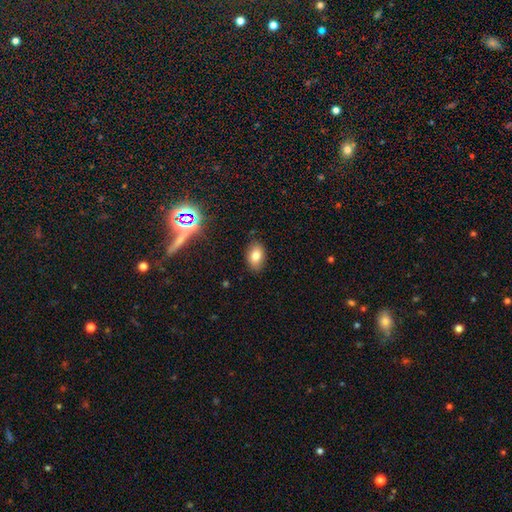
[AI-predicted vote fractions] The model was most divided on "smooth or featured": smooth: 79%, star or artifact: 12%, featured or disk: 10%. More confident: how rounded — in between (88%); merging — none (84%).